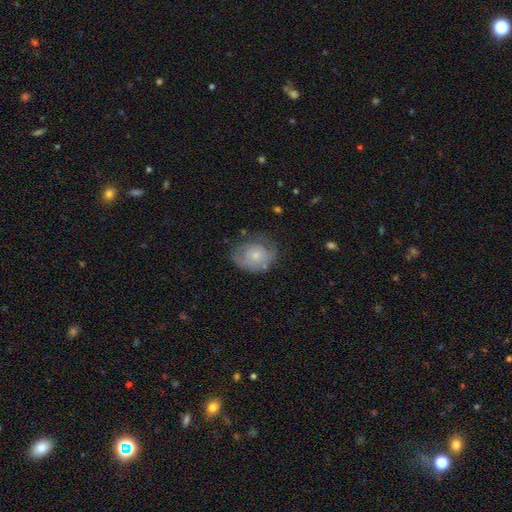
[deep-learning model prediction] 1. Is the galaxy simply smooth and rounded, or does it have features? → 49% featured or disk, 44% smooth, 7% star or artifact.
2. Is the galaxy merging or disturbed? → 61% none, 26% minor disturbance, 11% major disturbance, 2% merger.